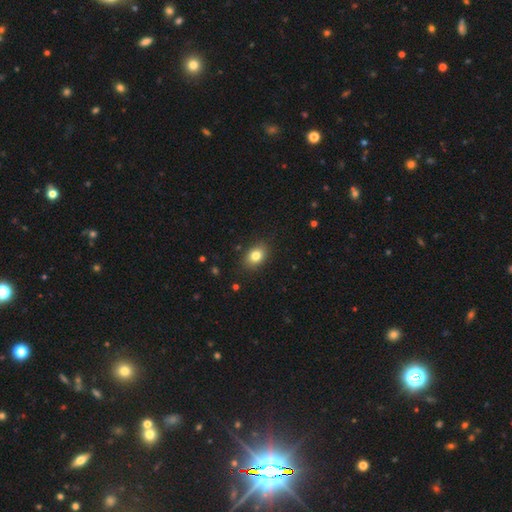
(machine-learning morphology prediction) Smooth or featured? Predicted: smooth (p=0.81). How rounded? Predicted: in between (p=0.72). Merging? Predicted: none (p=0.87).